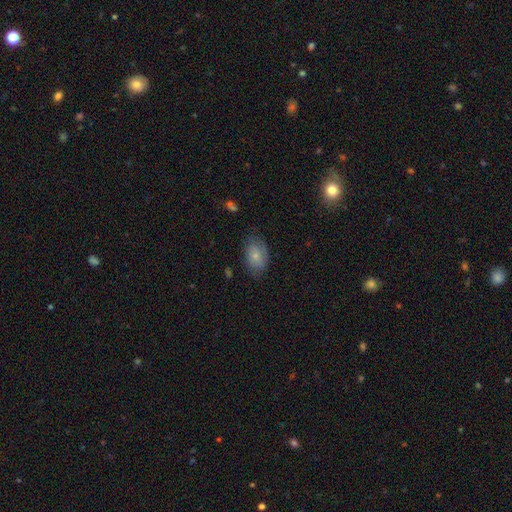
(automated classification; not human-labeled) Smooth or featured?
  - smooth: 73% *
  - featured or disk: 19%
  - star or artifact: 7%
How rounded?
  - in between: 86% *
  - round: 12%
  - cigar-shaped: 1%
Merging?
  - none: 70% *
  - minor disturbance: 23%
  - major disturbance: 6%
  - merger: 1%